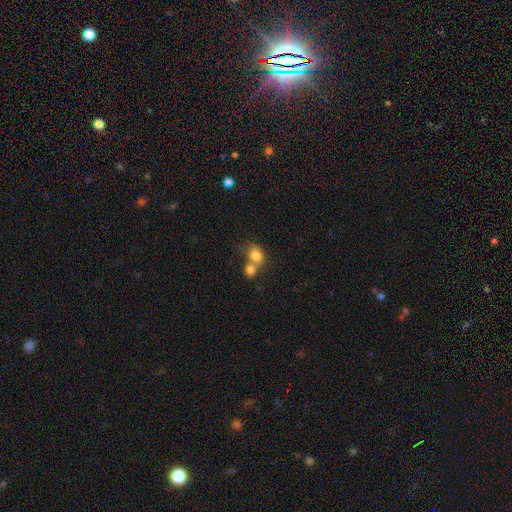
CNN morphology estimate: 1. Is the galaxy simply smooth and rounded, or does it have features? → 78% smooth, 12% featured or disk, 10% star or artifact.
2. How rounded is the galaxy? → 58% round, 41% in between, 1% cigar-shaped.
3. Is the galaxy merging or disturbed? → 63% merger, 24% none, 8% minor disturbance, 5% major disturbance.